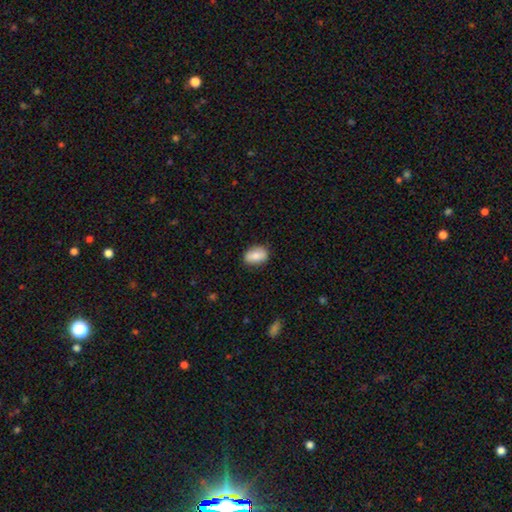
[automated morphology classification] Smooth or featured? Predicted: smooth (p=0.79). How rounded? Predicted: in between (p=0.84). Merging? Predicted: none (p=0.83).